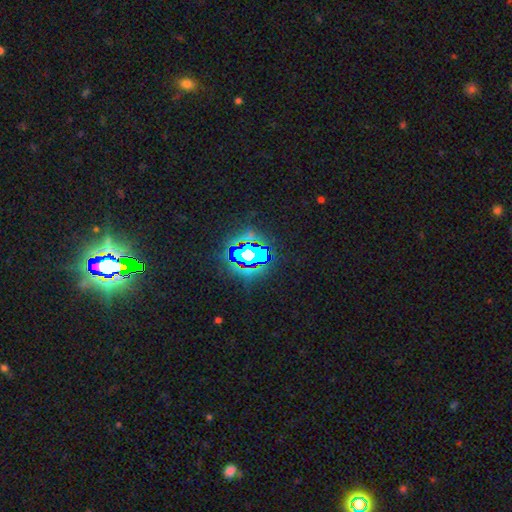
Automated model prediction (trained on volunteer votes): A star or artifact, not a galaxy (85%).